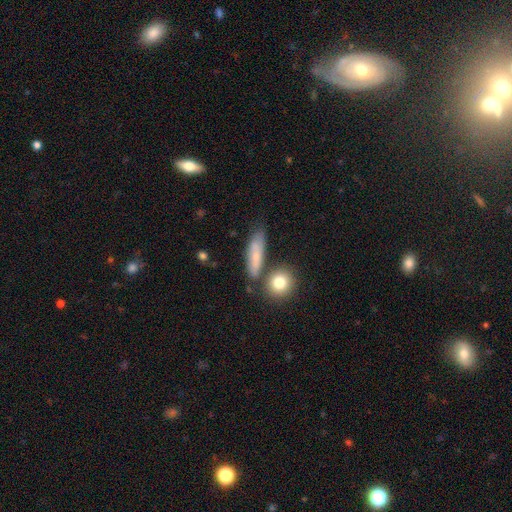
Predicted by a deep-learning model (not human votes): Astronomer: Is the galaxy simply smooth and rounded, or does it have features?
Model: smooth — 68%.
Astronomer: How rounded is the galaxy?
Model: cigar-shaped — 54% (runner-up: in between, 39%).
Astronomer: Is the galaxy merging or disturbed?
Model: none — 63%.